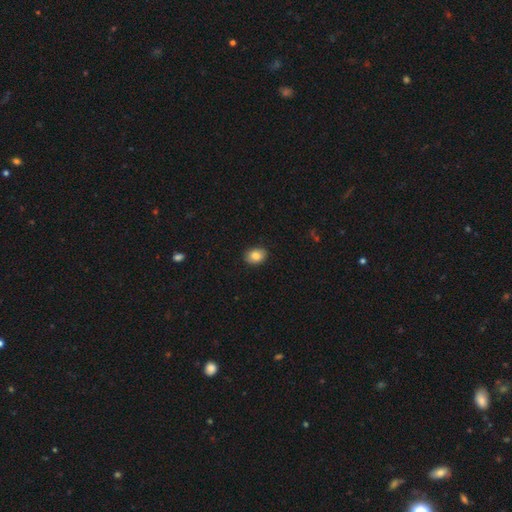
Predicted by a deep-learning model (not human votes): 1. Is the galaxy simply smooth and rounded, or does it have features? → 86% smooth, 8% star or artifact, 6% featured or disk.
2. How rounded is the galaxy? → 70% in between, 29% round, 1% cigar-shaped.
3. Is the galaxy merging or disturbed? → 89% none, 8% minor disturbance, 2% major disturbance, 1% merger.